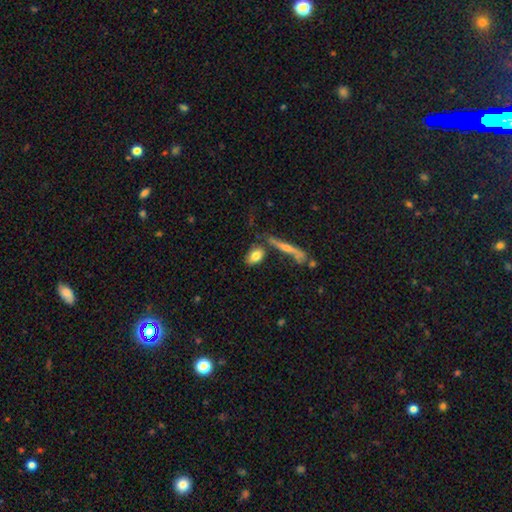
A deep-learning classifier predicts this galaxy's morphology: Q: Smooth or featured?
A: smooth (79%); runner-up: featured or disk (14%)
Q: How rounded?
A: in between (84%); runner-up: round (9%)
Q: Merging?
A: none (65%); runner-up: merger (15%)